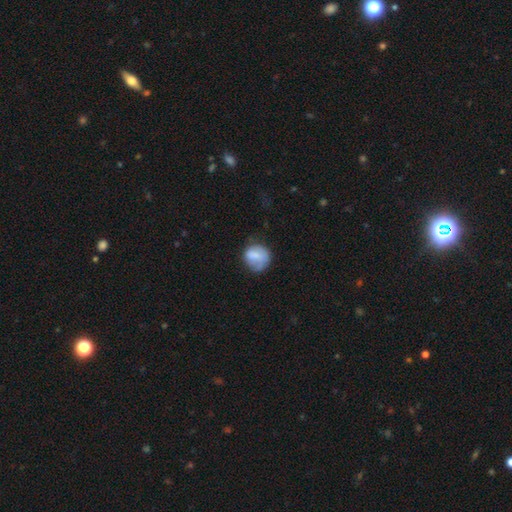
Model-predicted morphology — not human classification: Smooth or featured? smooth (75%)
How rounded? round (78%)
Merging? none (52%)